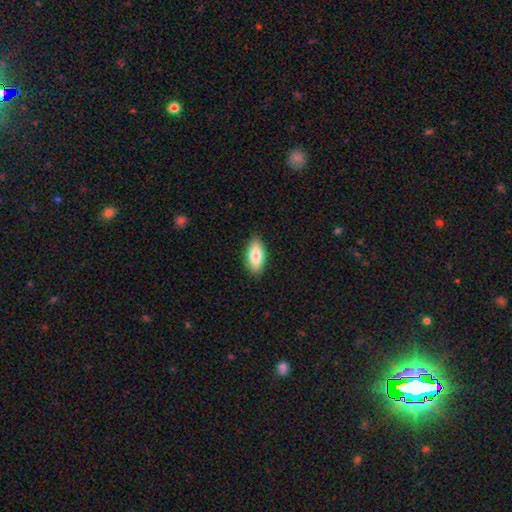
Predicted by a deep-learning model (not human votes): This appears to be a smooth galaxy with no disk features (80%) that is in between round and cigar-shaped (83%). Merging: none (88%).